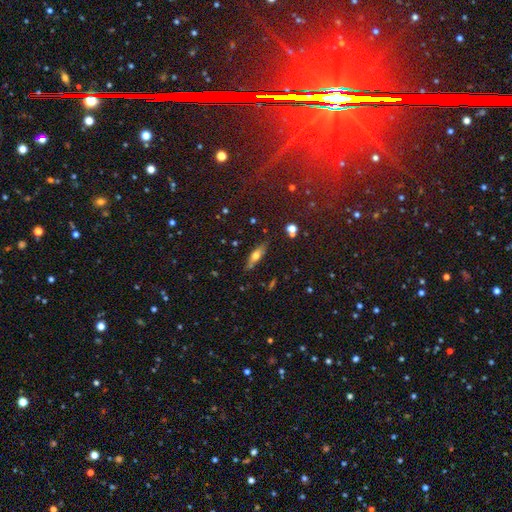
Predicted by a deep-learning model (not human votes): Q: Smooth or featured?
A: smooth (52%); runner-up: featured or disk (37%)
Q: How rounded?
A: cigar-shaped (49%); runner-up: in between (47%)
Q: Merging?
A: none (77%); runner-up: minor disturbance (16%)